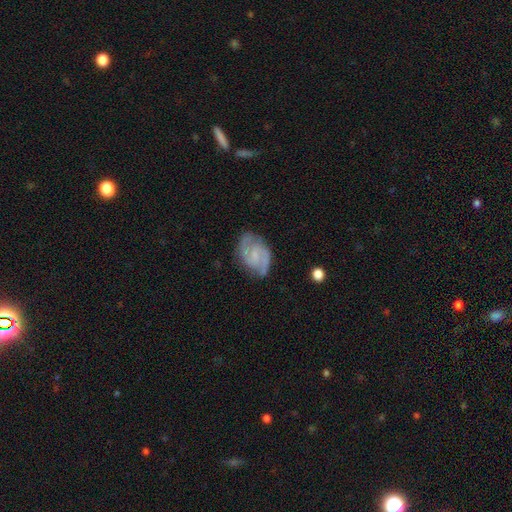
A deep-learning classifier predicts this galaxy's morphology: This appears to be a featured or disk galaxy (84%) with a weak bar (50%), 2 (89%) medium (54%) spiral arms (97%) and a small central bulge (43%). Merging: none (76%).